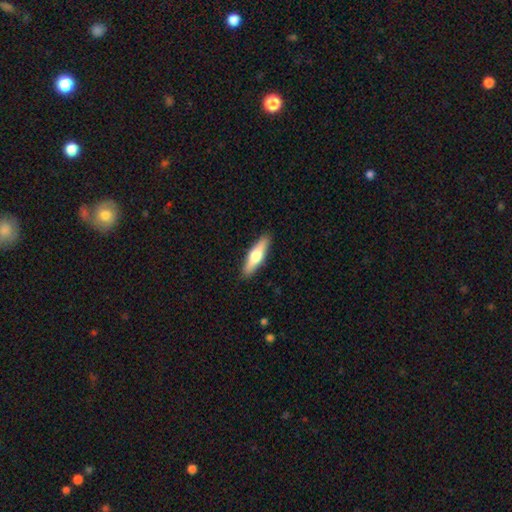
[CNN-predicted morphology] This is possibly a smooth galaxy (51%). How rounded: likely cigar-shaped (67%). Merging: clearly none (90%).